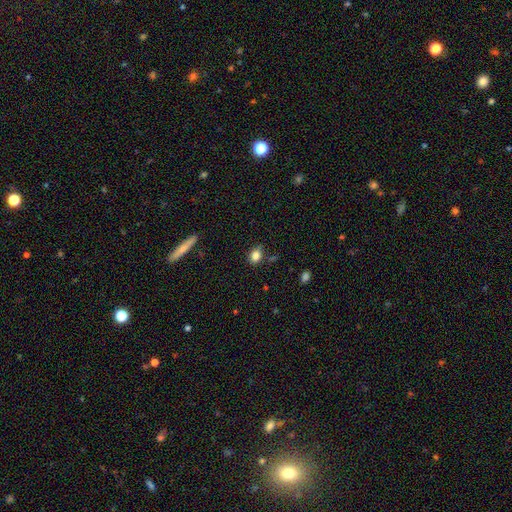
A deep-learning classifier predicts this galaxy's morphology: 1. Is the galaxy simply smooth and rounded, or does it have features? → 83% smooth, 10% star or artifact, 7% featured or disk.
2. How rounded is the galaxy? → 63% in between, 35% round, 2% cigar-shaped.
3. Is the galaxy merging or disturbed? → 68% none, 23% minor disturbance, 5% major disturbance, 5% merger.